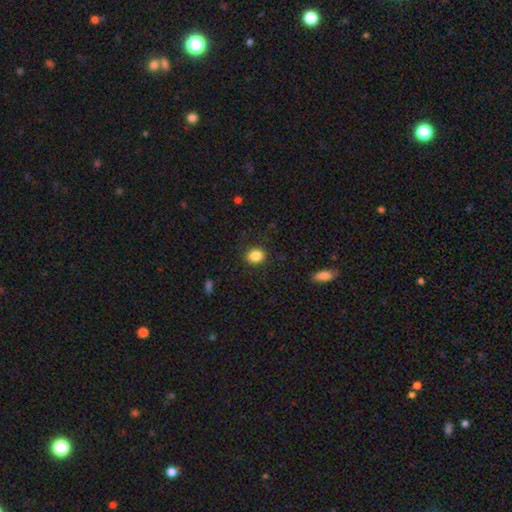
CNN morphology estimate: A smooth galaxy with no disk features (86%) that is round (57%).

Vote fractions:
- Smooth or featured? smooth: 86% / star or artifact: 9% / featured or disk: 5%
- How rounded? round: 57% / in between: 42% / cigar-shaped: 1%
- Merging? none: 86% / minor disturbance: 10% / major disturbance: 3% / merger: 1%